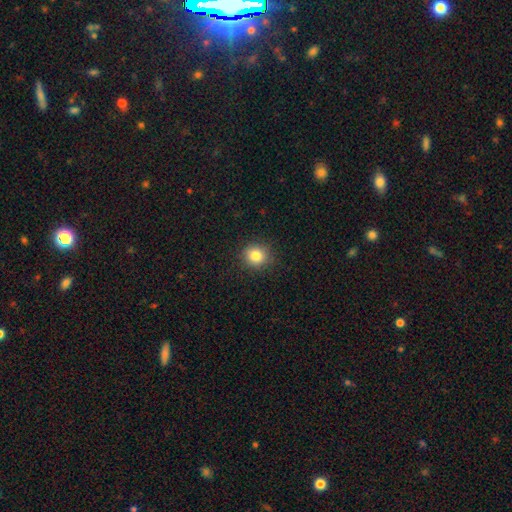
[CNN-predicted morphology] Q: Smooth or featured?
A: smooth (83%); runner-up: star or artifact (11%)
Q: How rounded?
A: round (88%); runner-up: in between (11%)
Q: Merging?
A: none (89%); runner-up: minor disturbance (8%)